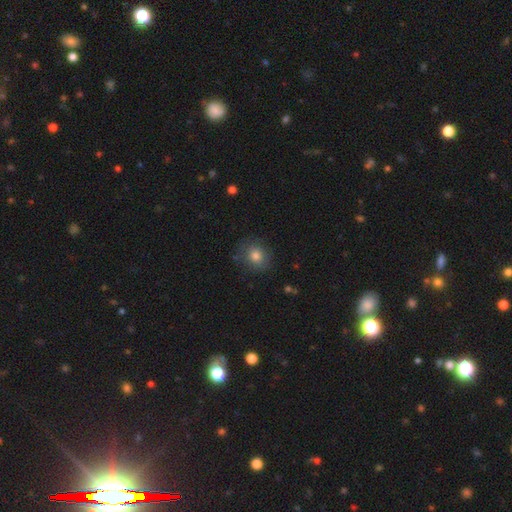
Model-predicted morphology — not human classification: Smooth or featured? smooth (80%)
How rounded? round (74%)
Merging? none (81%)